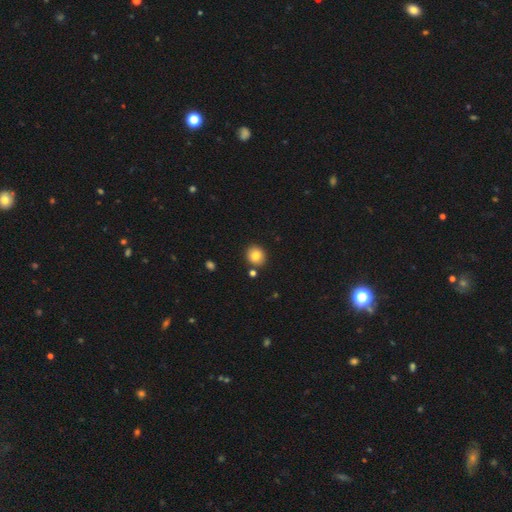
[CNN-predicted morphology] smooth 81%, star or artifact 10%, featured or disk 9%. Down the decision tree: how rounded — round (77%); merging — none (85%).